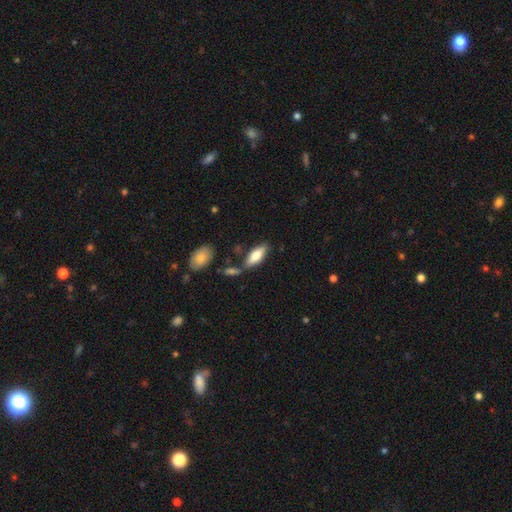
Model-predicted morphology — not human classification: Smooth or featured? smooth (72%)
How rounded? in between (70%)
Merging? none (68%)